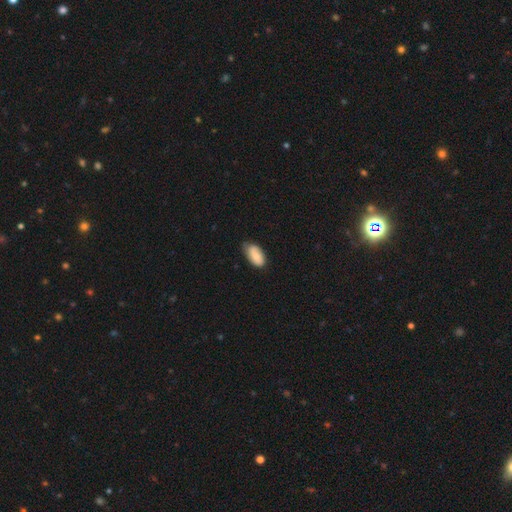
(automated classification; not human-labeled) Smooth or featured?
  - smooth: 79% *
  - featured or disk: 14%
  - star or artifact: 7%
How rounded?
  - in between: 94% *
  - cigar-shaped: 3%
  - round: 3%
Merging?
  - none: 61% *
  - minor disturbance: 32%
  - major disturbance: 5%
  - merger: 2%